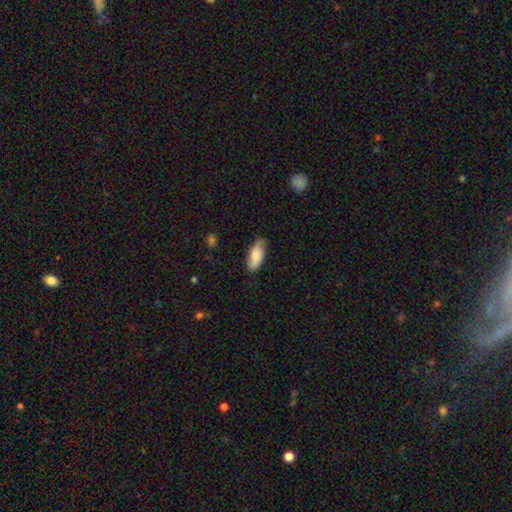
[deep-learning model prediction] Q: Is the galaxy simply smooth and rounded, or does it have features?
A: smooth — 75%.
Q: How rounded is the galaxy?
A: in between — 84%.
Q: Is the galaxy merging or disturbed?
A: none — 72%.